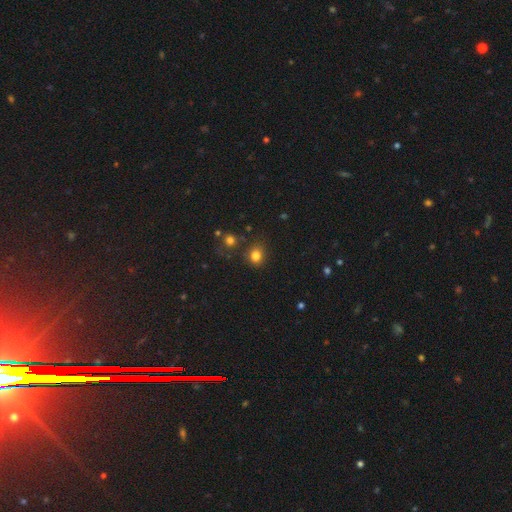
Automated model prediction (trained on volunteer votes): This is clearly a smooth galaxy (80%). How rounded: likely round (72%). Merging: likely none (79%).